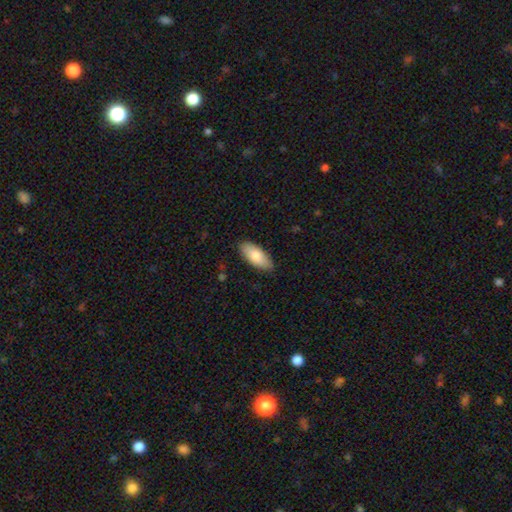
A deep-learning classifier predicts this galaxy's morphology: This is clearly a smooth galaxy (85%). How rounded: clearly in between (86%). Merging: clearly none (85%).